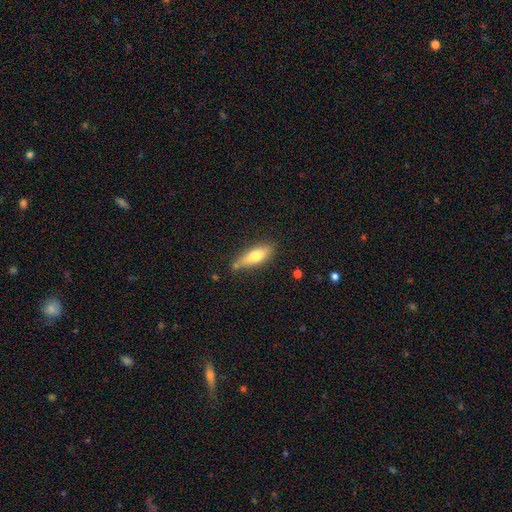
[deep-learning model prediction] Smooth or featured? Predicted: smooth (p=0.70). How rounded? Predicted: in between (p=0.59). Merging? Predicted: none (p=0.68).